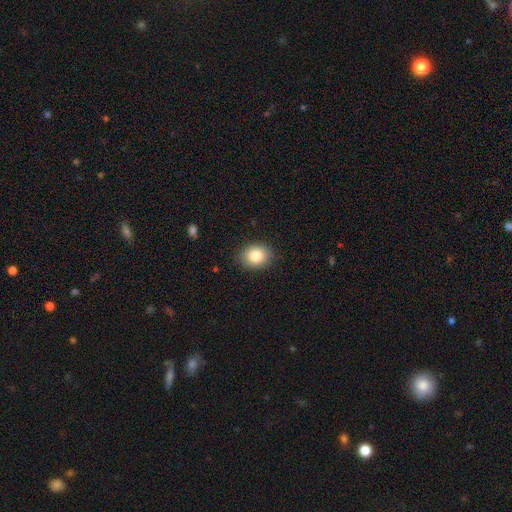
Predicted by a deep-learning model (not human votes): Smooth or featured?
  - smooth: 84% *
  - star or artifact: 9%
  - featured or disk: 7%
How rounded?
  - round: 53% *
  - in between: 46%
  - cigar-shaped: 1%
Merging?
  - none: 88% *
  - minor disturbance: 9%
  - major disturbance: 2%
  - merger: 1%